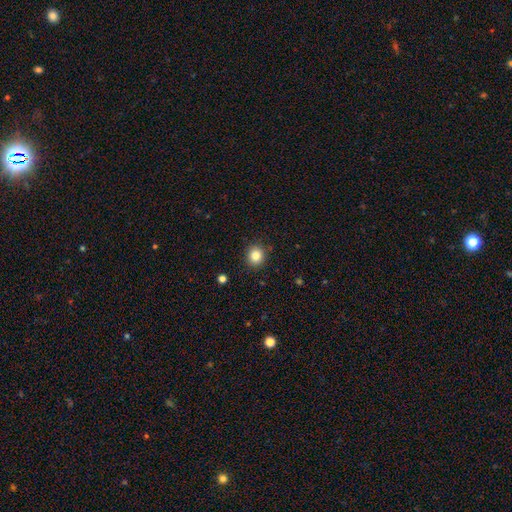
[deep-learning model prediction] Smooth or featured?
  - smooth: 83% *
  - star or artifact: 11%
  - featured or disk: 6%
How rounded?
  - round: 86% *
  - in between: 14%
  - cigar-shaped: 1%
Merging?
  - none: 91% *
  - minor disturbance: 6%
  - major disturbance: 2%
  - merger: 1%